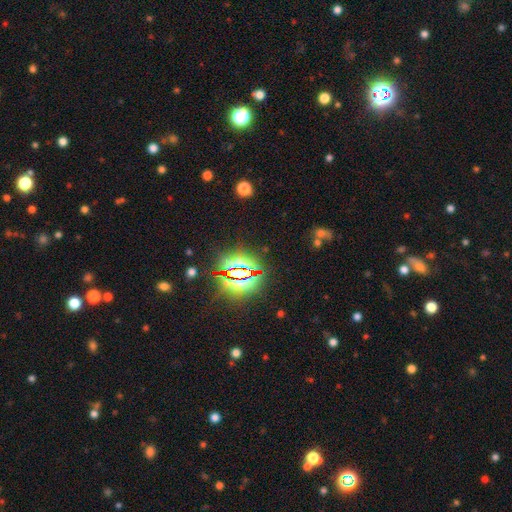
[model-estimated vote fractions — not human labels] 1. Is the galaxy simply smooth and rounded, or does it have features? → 82% star or artifact, 10% smooth, 7% featured or disk.